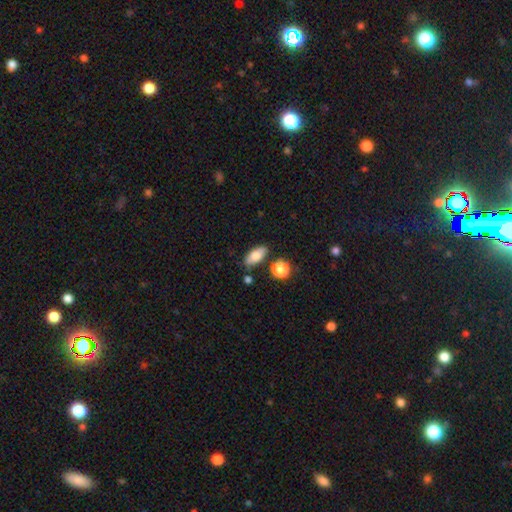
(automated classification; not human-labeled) smooth 77%, featured or disk 15%, star or artifact 8%. Down the decision tree: how rounded — in between (84%); merging — none (80%).